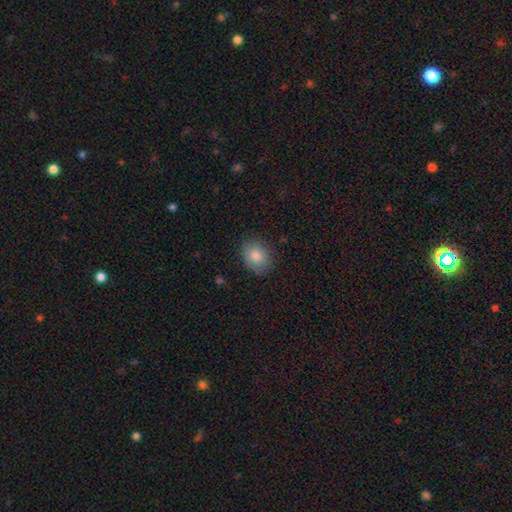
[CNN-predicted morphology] Overall: smooth (82%). How rounded: round (50%; in between 49%). Merging: none (86%).